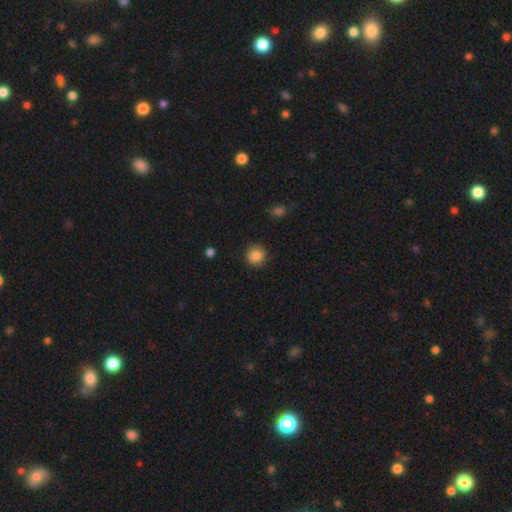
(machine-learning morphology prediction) smooth-or-featured: smooth: 85% | star or artifact: 10% | featured or disk: 5%
  how-rounded: round: 93% | in between: 6% | cigar-shaped: 1%
  merging: none: 90% | minor disturbance: 7% | major disturbance: 2% | merger: 1%